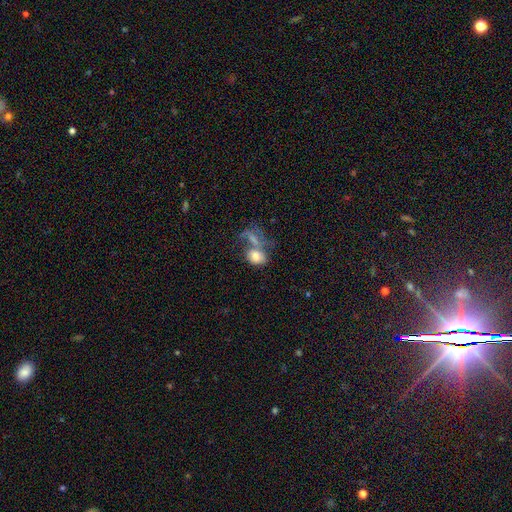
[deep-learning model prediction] Q: Smooth or featured?
A: smooth (72%); runner-up: featured or disk (18%)
Q: How rounded?
A: in between (71%); runner-up: round (27%)
Q: Merging?
A: merger (51%); runner-up: none (23%)